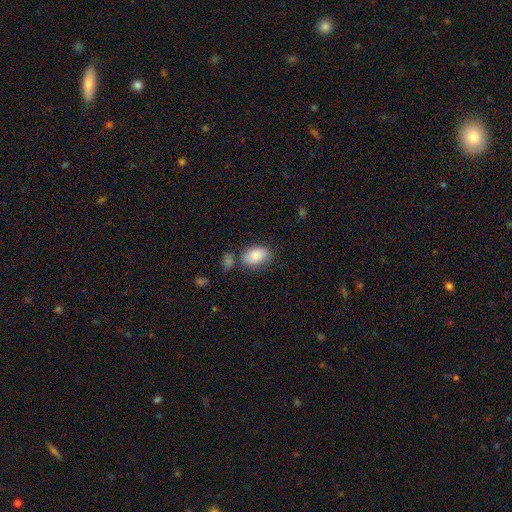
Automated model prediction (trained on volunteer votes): Overall: smooth (85%). How rounded: in between (91%). Merging: none (65%).